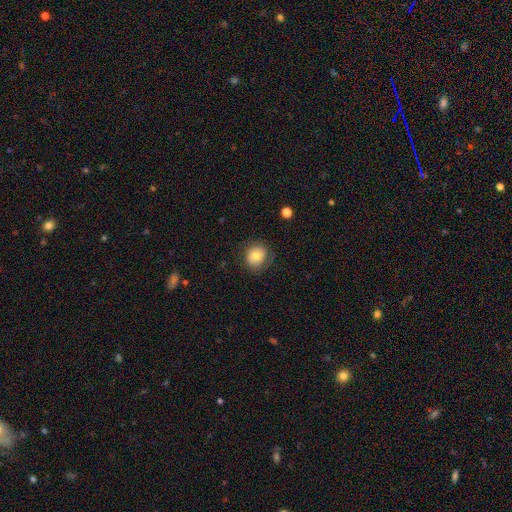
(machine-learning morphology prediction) smooth 75%, featured or disk 16%, star or artifact 9%. Down the decision tree: how rounded — round (81%); merging — none (77%).